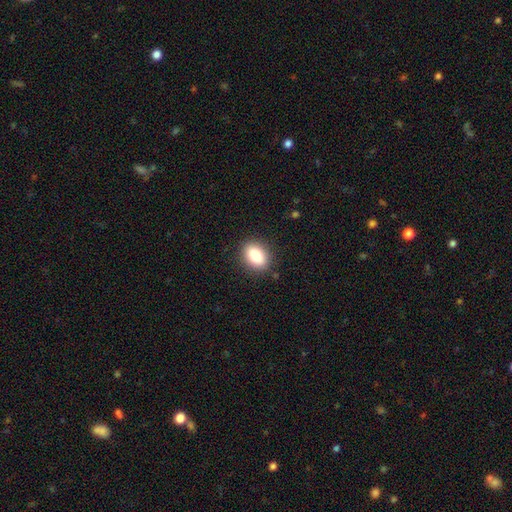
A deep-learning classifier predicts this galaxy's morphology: smooth_or_featured: smooth (p=0.83) [alt: featured or disk p=0.09]
how_rounded: in between (p=0.78) [alt: round p=0.21]
merging: none (p=0.88) [alt: minor disturbance p=0.09]